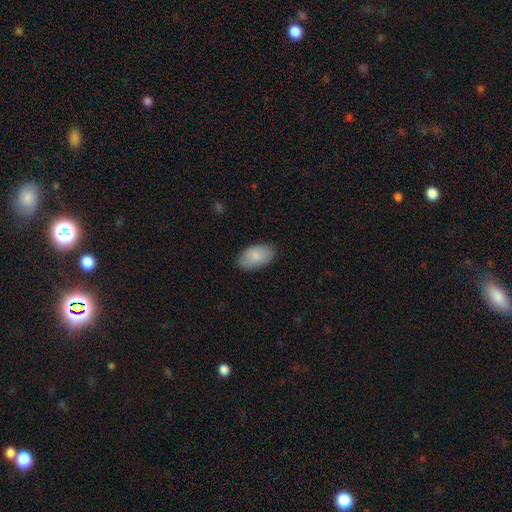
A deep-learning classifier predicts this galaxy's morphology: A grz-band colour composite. It shows a smooth galaxy with no disk features (85%) that is in between round and cigar-shaped (95%). Merging: none (85%).